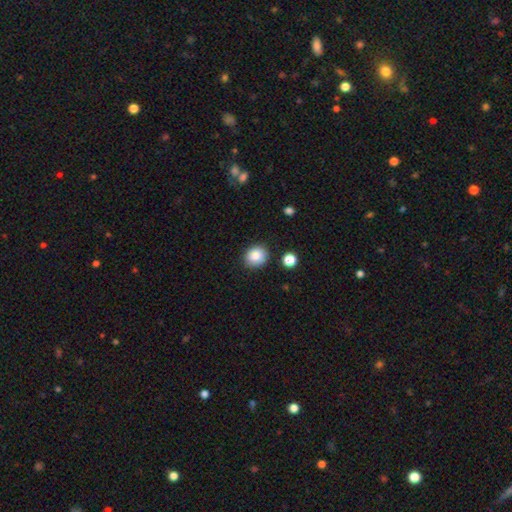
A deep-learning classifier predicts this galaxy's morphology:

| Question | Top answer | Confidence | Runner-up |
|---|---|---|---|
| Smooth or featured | smooth | 86% | star or artifact (9%) |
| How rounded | round | 79% | in between (20%) |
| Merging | none | 87% | minor disturbance (9%) |